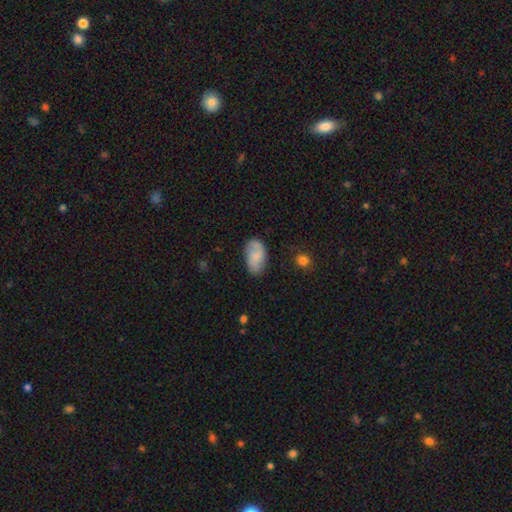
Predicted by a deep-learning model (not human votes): A smooth galaxy with no disk features (61%) that is in between round and cigar-shaped (93%).

Vote fractions:
- Smooth or featured? smooth: 61% / featured or disk: 31% / star or artifact: 8%
- How rounded? in between: 93% / round: 5% / cigar-shaped: 2%
- Merging? none: 69% / minor disturbance: 22% / major disturbance: 6% / merger: 3%